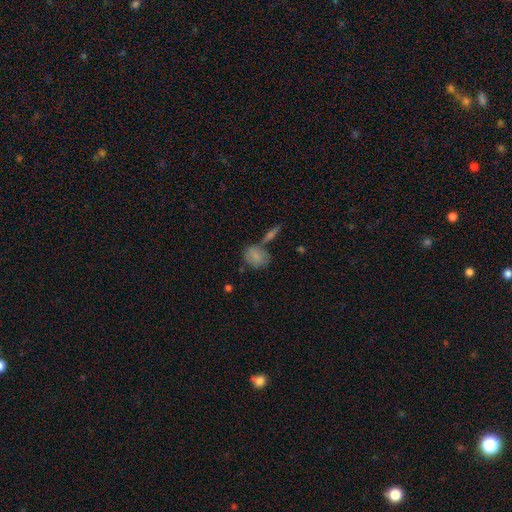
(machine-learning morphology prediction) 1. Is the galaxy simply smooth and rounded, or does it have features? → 77% smooth, 15% featured or disk, 8% star or artifact.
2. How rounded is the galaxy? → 53% round, 44% in between, 3% cigar-shaped.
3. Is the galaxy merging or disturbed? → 52% none, 24% merger, 18% minor disturbance, 6% major disturbance.